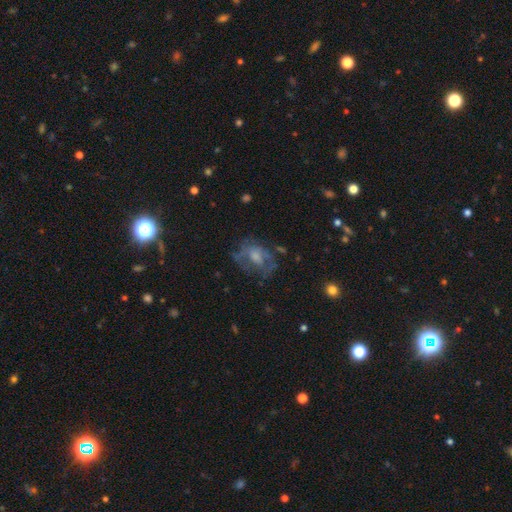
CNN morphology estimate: This is possibly a featured or disk galaxy (54%). It is clearly not viewed edge-on (95%). Bar: likely no (70%). Spiral arm pattern: possibly yes (51%). Central bulge: marginally moderate (44%). Merging: possibly none (58%).